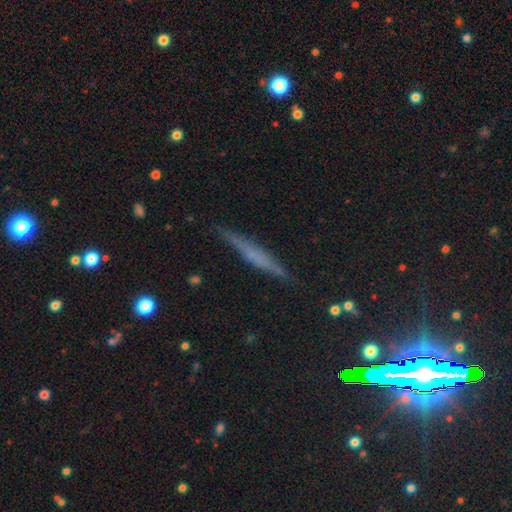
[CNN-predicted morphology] type=featured or disk (48%); merging=none (84%).